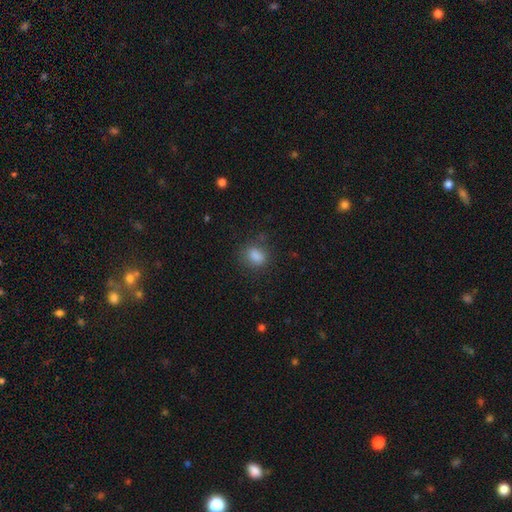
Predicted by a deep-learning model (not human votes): smooth-or-featured: smooth: 83% | star or artifact: 11% | featured or disk: 6%
  how-rounded: in between: 59% | round: 39% | cigar-shaped: 2%
  merging: none: 77% | minor disturbance: 16% | major disturbance: 6% | merger: 2%